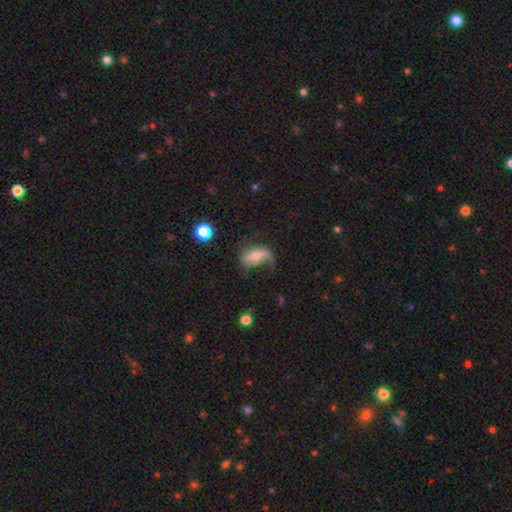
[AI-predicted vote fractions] This appears to be a featured or disk galaxy (52%). Merging: none (39%).